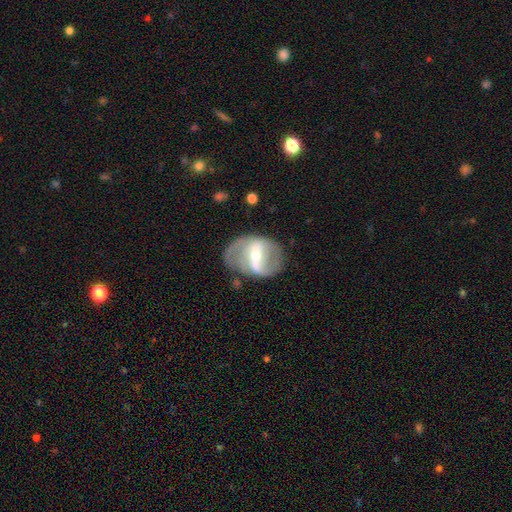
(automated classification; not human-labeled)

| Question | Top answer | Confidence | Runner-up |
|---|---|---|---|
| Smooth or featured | featured or disk | 78% | smooth (16%) |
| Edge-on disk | no | 96% | yes (4%) |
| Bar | strong | 50% | weak (36%) |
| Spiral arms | yes | 78% | no (22%) |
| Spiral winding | medium | 42% | loose (40%) |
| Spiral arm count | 2 | 77% | can't tell (11%) |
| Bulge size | moderate | 52% | small (40%) |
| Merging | none | 61% | minor disturbance (21%) |